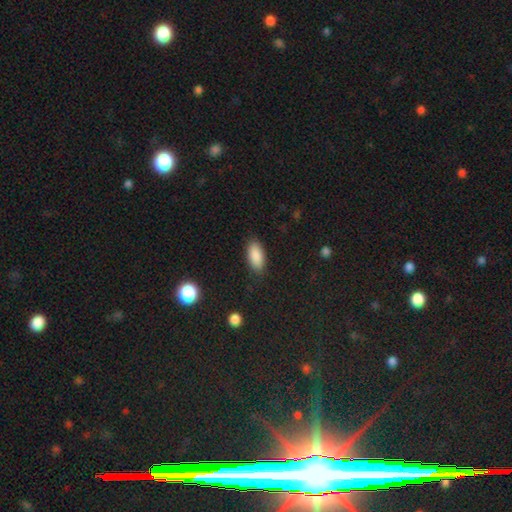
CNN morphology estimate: Smooth or featured? smooth (88%)
How rounded? in between (90%)
Merging? none (85%)